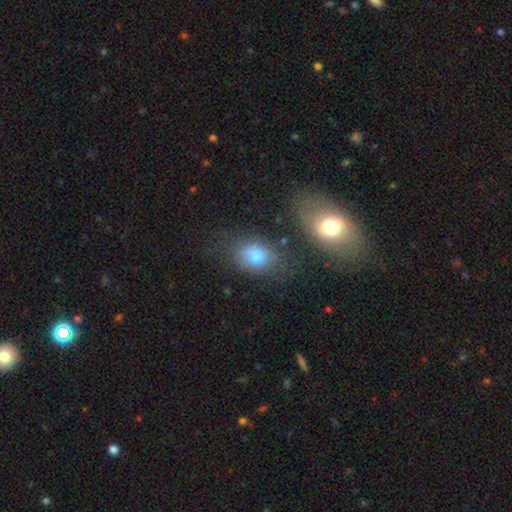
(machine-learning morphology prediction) smooth_or_featured: smooth (p=0.74) [alt: featured or disk p=0.15]
how_rounded: in between (p=0.74) [alt: round p=0.24]
merging: none (p=0.55) [alt: minor disturbance p=0.22]